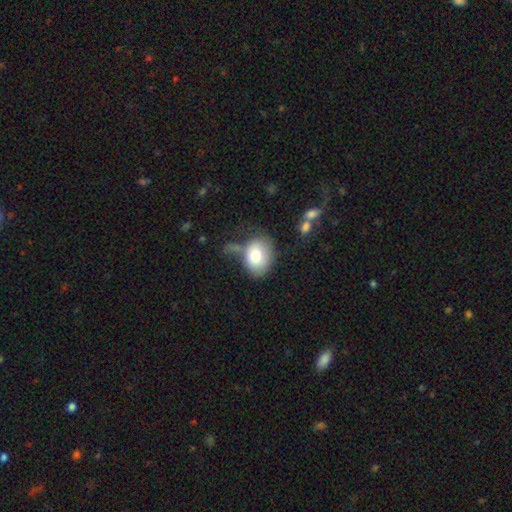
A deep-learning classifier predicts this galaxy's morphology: smooth 75%, featured or disk 17%, star or artifact 8%. Down the decision tree: how rounded — in between (65%); merging — none (43%).